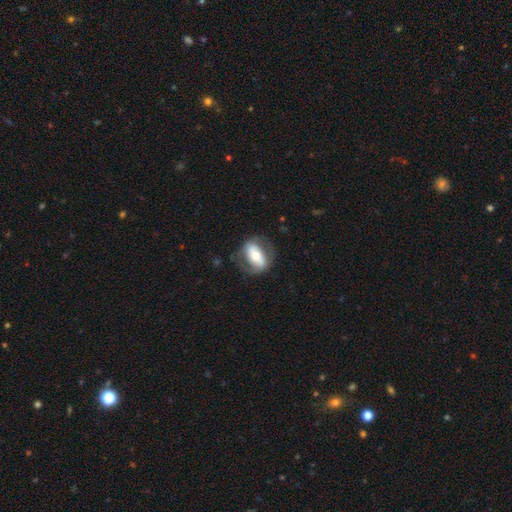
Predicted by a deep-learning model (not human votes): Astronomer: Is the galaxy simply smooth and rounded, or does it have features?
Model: featured or disk — 56% (runner-up: smooth, 38%).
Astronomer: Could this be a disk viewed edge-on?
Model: no — 89%.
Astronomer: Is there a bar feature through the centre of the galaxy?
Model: strong — 47% (runner-up: no, 32%).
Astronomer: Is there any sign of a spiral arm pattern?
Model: yes — 52% (runner-up: no, 48%).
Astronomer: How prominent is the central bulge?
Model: moderate — 64%.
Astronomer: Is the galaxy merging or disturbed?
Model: none — 67%.